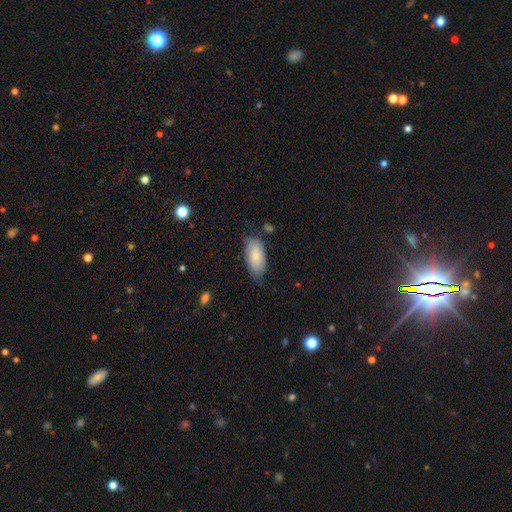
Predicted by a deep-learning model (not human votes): This is likely a smooth galaxy (79%). How rounded: clearly in between (91%). Merging: likely none (64%).